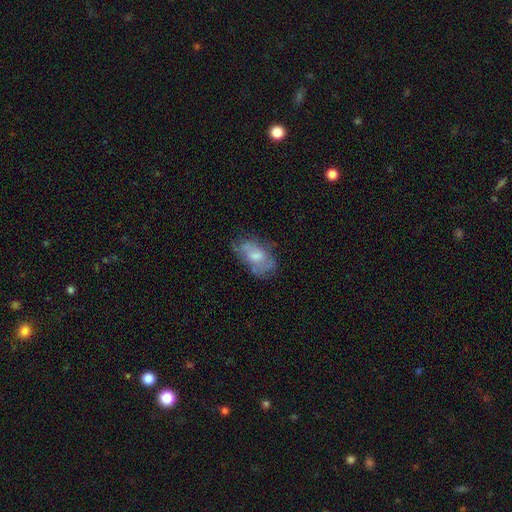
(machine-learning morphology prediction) Overall: smooth (47%; featured or disk 45%). Merging: none (51%; minor disturbance 29%).